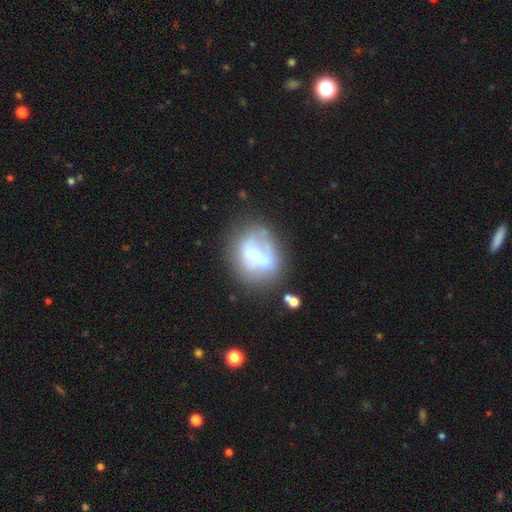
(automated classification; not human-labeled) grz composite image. It shows a smooth galaxy with no disk features (45%). Merging: none (43%).